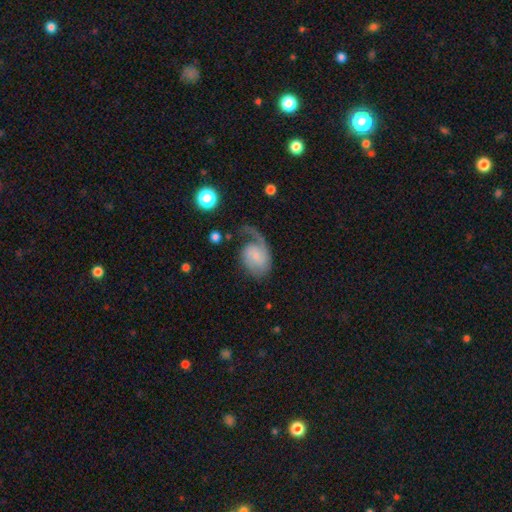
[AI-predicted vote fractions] A featured or disk galaxy (68%) with no bar (50%), 1 (62%) medium (40%) spiral arms (91%) and a small central bulge (45%).

Vote fractions:
- Smooth or featured? featured or disk: 68% / smooth: 25% / star or artifact: 6%
- Edge-on disk? no: 97% / yes: 3%
- Bar? no: 50% / weak: 42% / strong: 8%
- Spiral arms? yes: 91% / no: 9%
- Spiral winding? medium: 40% / loose: 38% / tight: 22%
- Spiral arm count? 1: 62% / 2: 29% / can't tell: 6% / 3: 1% / 4: 1% / more than 4: 1%
- Bulge size? small: 45% / none: 29% / moderate: 19% / large: 4% / dominant: 2%
- Merging? major disturbance: 39% / none: 36% / minor disturbance: 21% / merger: 3%